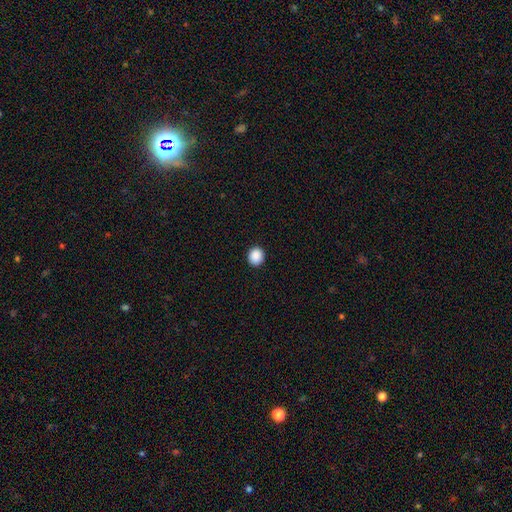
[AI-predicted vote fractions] Smooth or featured? Predicted: smooth (p=0.90). How rounded? Predicted: round (p=0.79). Merging? Predicted: none (p=0.92).